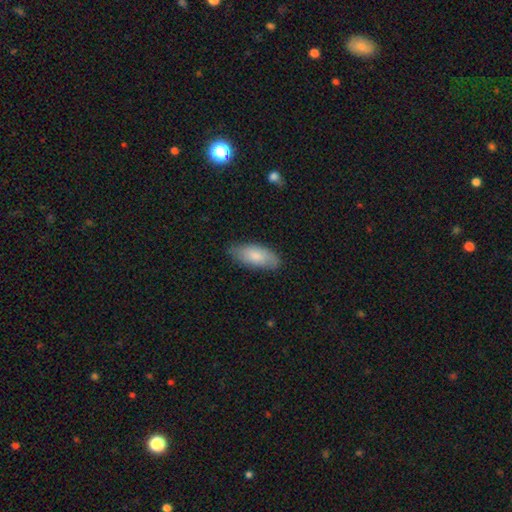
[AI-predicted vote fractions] A smooth galaxy with no disk features (80%) that is in between round and cigar-shaped (86%). Merging: none (80%).